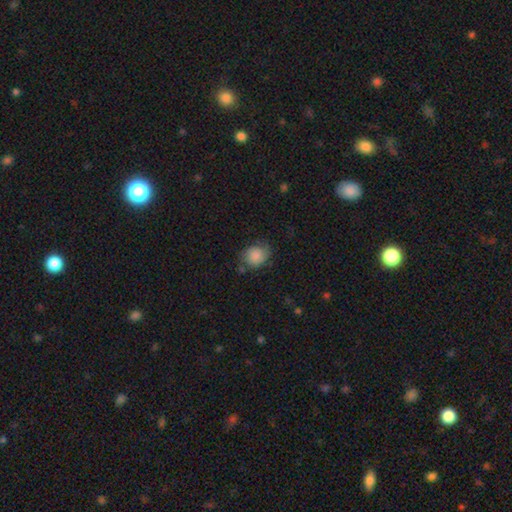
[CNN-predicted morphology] Q: Smooth or featured?
A: smooth (77%); runner-up: featured or disk (15%)
Q: How rounded?
A: round (60%); runner-up: in between (39%)
Q: Merging?
A: none (59%); runner-up: minor disturbance (28%)